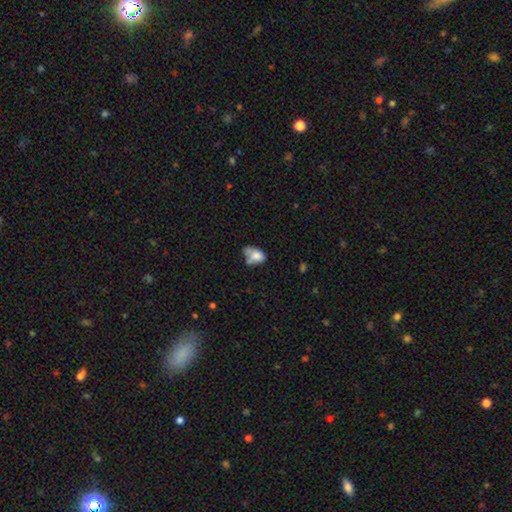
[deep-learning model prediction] This is likely a smooth galaxy (72%). How rounded: likely in between (80%). Merging: marginally merger (30%).